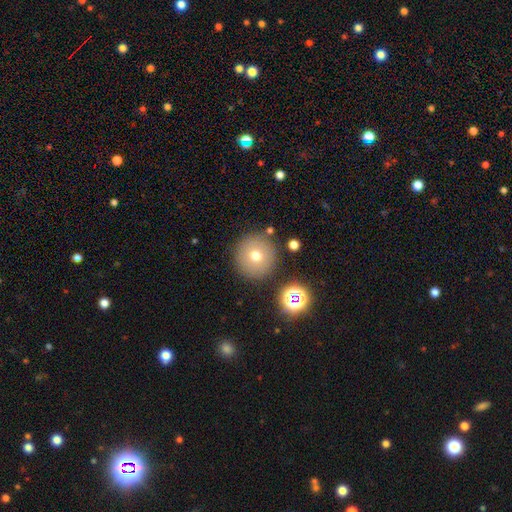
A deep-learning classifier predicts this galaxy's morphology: This is likely a smooth galaxy (71%). How rounded: clearly round (96%). Merging: clearly none (85%).